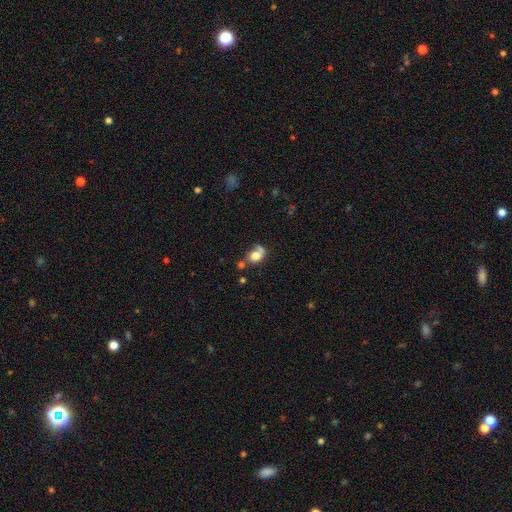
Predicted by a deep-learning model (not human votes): Smooth or featured?
  - smooth: 72% *
  - featured or disk: 17%
  - star or artifact: 10%
How rounded?
  - in between: 51% *
  - round: 47%
  - cigar-shaped: 1%
Merging?
  - none: 37% *
  - merger: 28%
  - minor disturbance: 20%
  - major disturbance: 15%